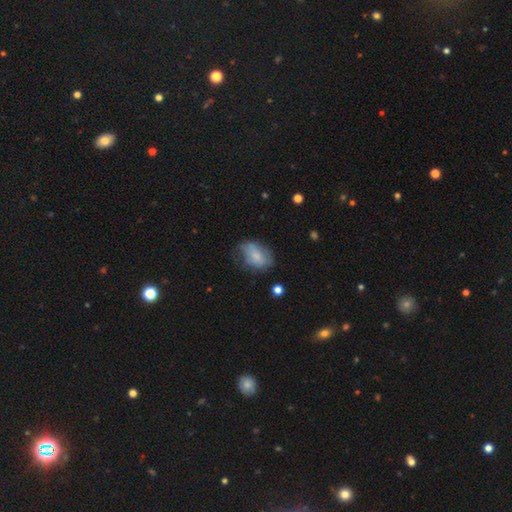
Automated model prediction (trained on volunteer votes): Overall: smooth (70%). How rounded: in between (84%). Merging: none (51%; minor disturbance 32%).